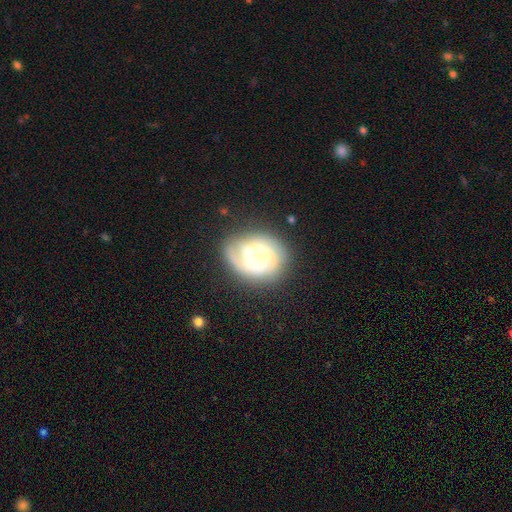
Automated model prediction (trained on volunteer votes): Smooth or featured? Predicted: featured or disk (p=0.68). Edge-on disk? Predicted: no (p=0.98). Bar? Predicted: no (p=0.53). Spiral arms? Predicted: yes (p=0.90). Spiral winding? Predicted: tight (p=0.53). Spiral arm count? Predicted: can't tell (p=0.30). Bulge size? Predicted: small (p=0.46). Merging? Predicted: none (p=0.67).